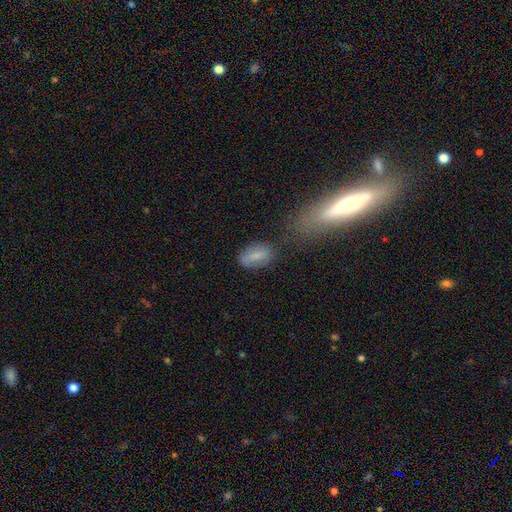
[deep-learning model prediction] Overall: smooth (71%). How rounded: in between (87%). Merging: none (69%).